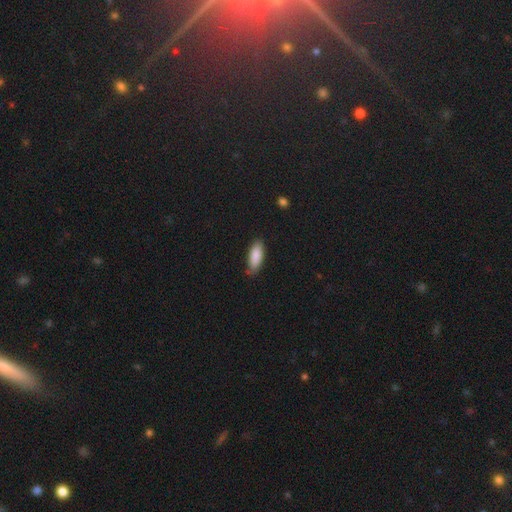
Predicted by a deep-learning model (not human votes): The model was most divided on "merging": none: 75%, minor disturbance: 21%, major disturbance: 3%, merger: 2%. More confident: smooth or featured — smooth (86%); how rounded — in between (76%).